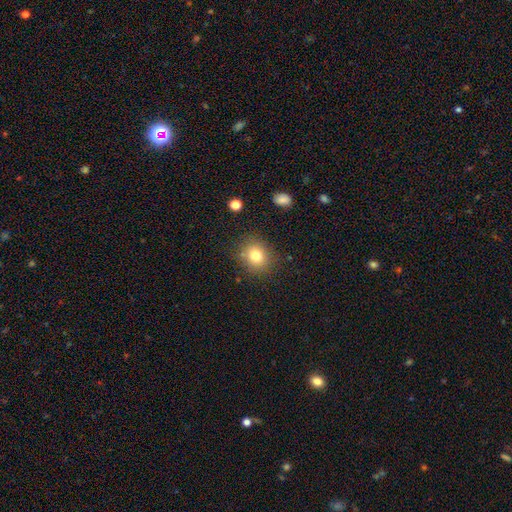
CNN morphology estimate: smooth 79%, star or artifact 12%, featured or disk 9%. Down the decision tree: how rounded — round (73%); merging — none (83%).